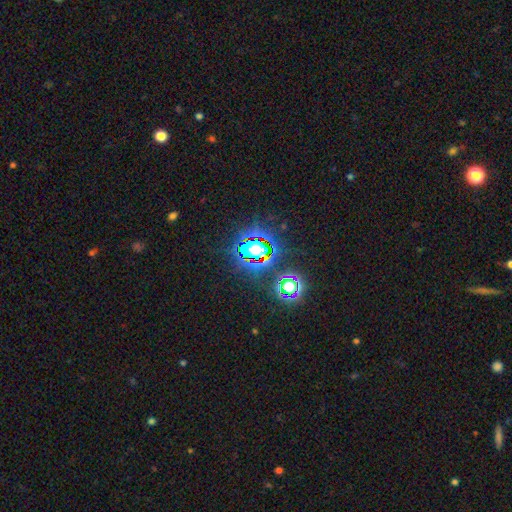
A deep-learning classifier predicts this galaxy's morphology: Smooth or featured? Predicted: star or artifact (p=0.79).